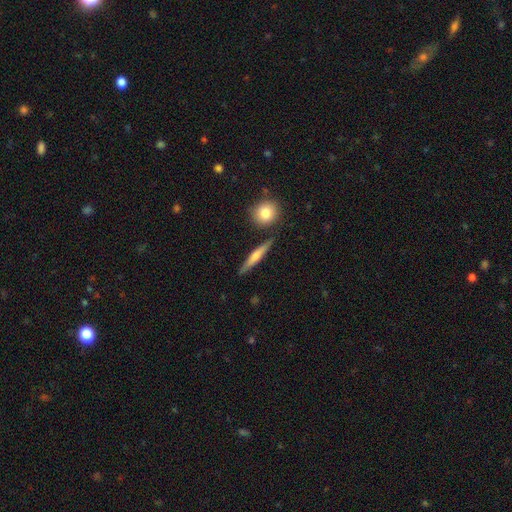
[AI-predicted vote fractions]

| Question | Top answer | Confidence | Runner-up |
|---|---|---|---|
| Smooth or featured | smooth | 49% | featured or disk (44%) |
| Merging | none | 85% | minor disturbance (9%) |